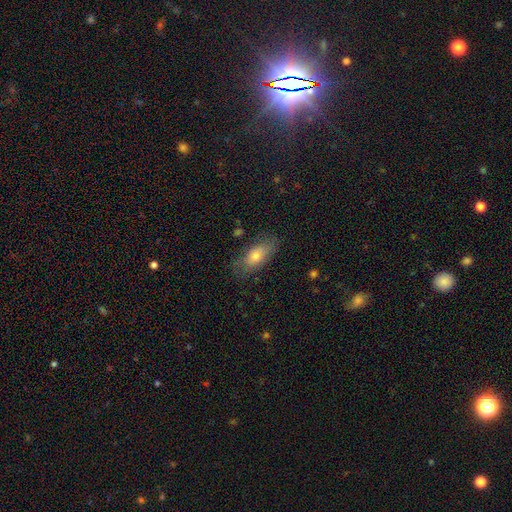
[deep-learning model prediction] Q: Smooth or featured?
A: smooth (71%); runner-up: featured or disk (21%)
Q: How rounded?
A: in between (82%); runner-up: cigar-shaped (14%)
Q: Merging?
A: none (77%); runner-up: minor disturbance (17%)